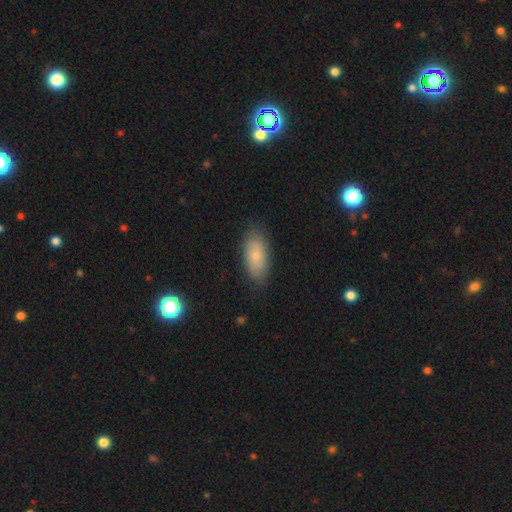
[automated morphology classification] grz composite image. It shows a smooth galaxy with no disk features (78%) that is in between round and cigar-shaped (89%). Merging: none (82%).